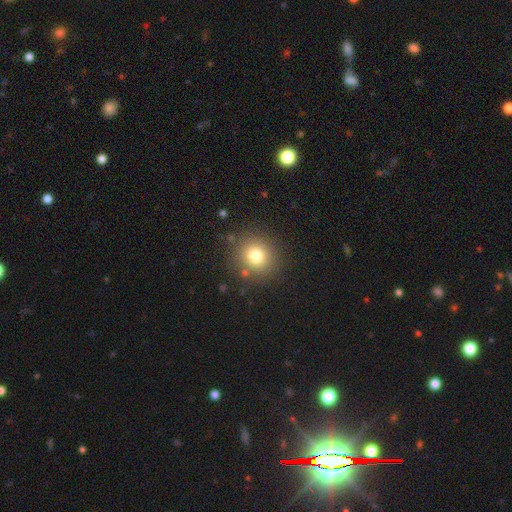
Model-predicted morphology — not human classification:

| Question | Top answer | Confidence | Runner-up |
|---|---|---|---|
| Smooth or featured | smooth | 77% | star or artifact (14%) |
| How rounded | round | 90% | in between (9%) |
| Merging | none | 86% | minor disturbance (8%) |